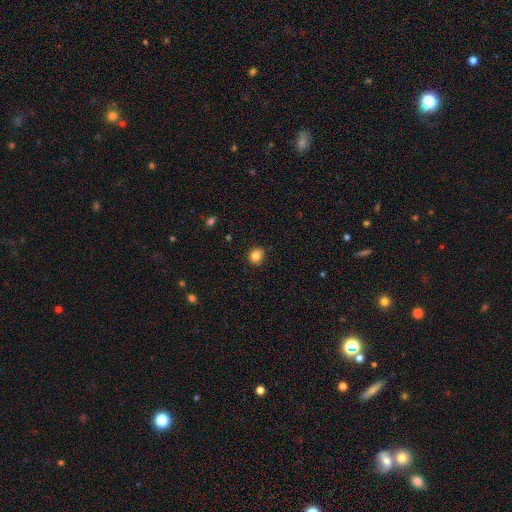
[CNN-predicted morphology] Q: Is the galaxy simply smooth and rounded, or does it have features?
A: smooth — 84%.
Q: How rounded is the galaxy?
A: round — 75%.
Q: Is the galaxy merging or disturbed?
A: none — 84%.